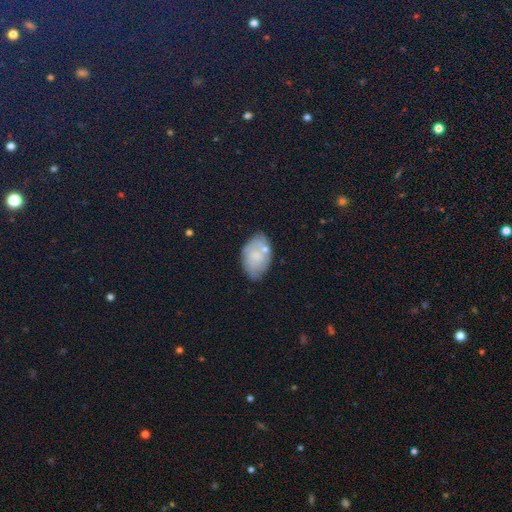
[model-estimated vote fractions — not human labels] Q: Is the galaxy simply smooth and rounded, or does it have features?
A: smooth — 62%.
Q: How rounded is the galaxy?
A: in between — 89%.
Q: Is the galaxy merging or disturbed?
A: none — 55%.